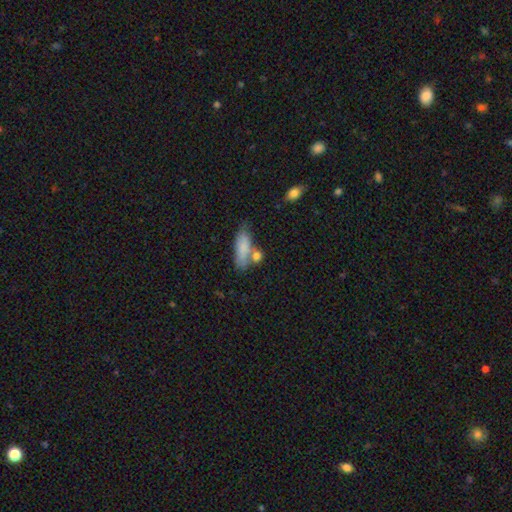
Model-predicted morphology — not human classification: smooth 79%, featured or disk 12%, star or artifact 9%. Down the decision tree: how rounded — in between (60%); merging — none (48%).